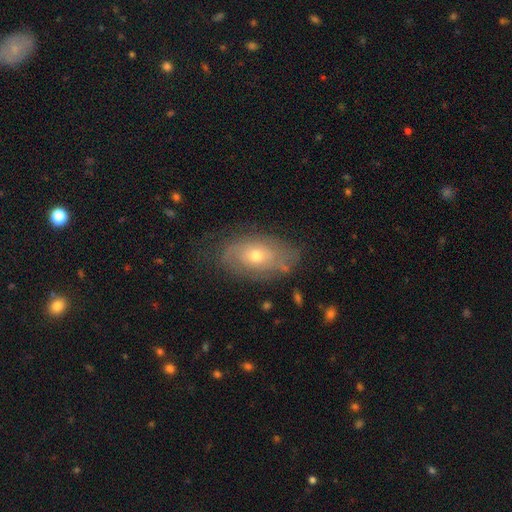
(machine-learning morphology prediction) Overall: featured or disk (57%; smooth 33%). Edge-on disk: no (90%). Bar: no (83%). Spiral arms: yes (62%; no 38%). Bulge size: moderate (52%; small 44%). Merging: none (75%).